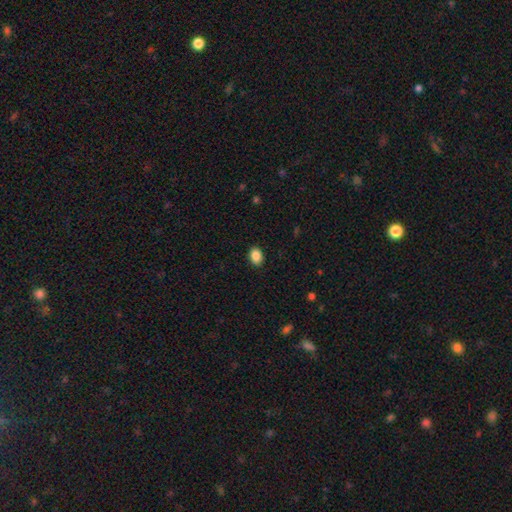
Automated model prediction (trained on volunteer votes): This is clearly a smooth galaxy (88%). How rounded: likely in between (74%). Merging: clearly none (90%).